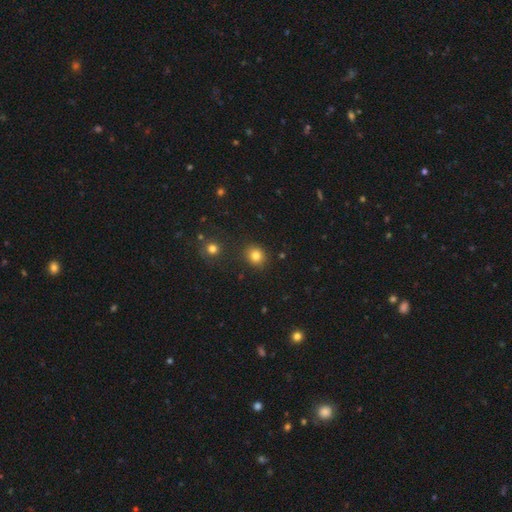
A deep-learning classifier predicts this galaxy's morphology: Smooth or featured? Predicted: smooth (p=0.81). How rounded? Predicted: round (p=0.77). Merging? Predicted: none (p=0.88).